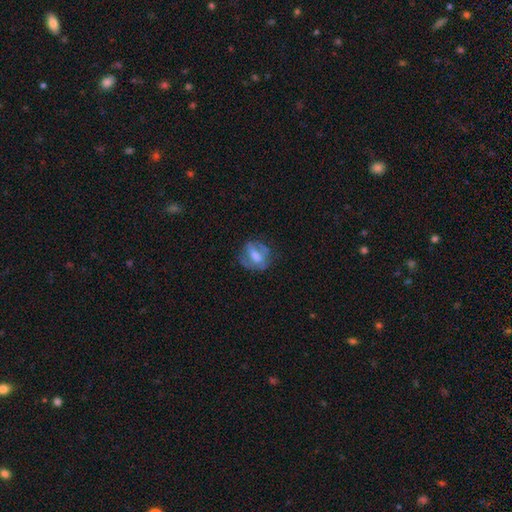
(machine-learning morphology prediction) Overall: featured or disk (48%; smooth 43%). Merging: none (56%; minor disturbance 24%).